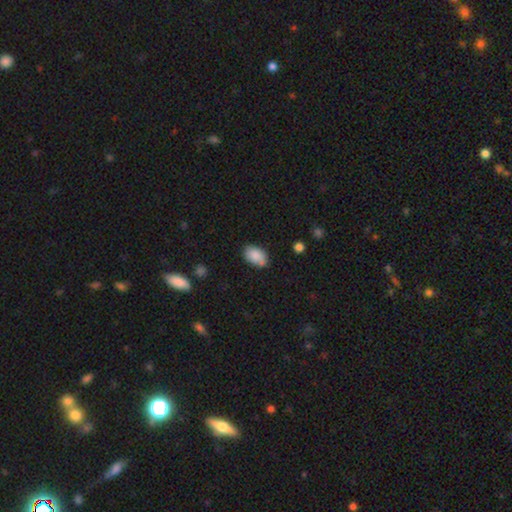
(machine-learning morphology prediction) smooth 85%, star or artifact 7%, featured or disk 7%. Down the decision tree: how rounded — in between (89%); merging — none (70%).